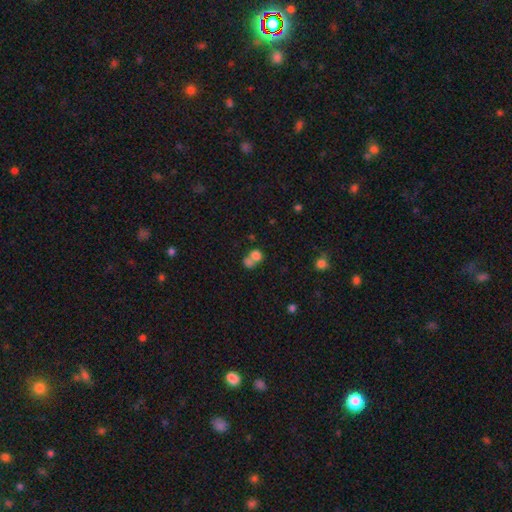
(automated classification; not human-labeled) The model was most divided on "how rounded": round: 64%, in between: 35%, cigar-shaped: 1%. More confident: smooth or featured — smooth (74%); merging — merger (62%).